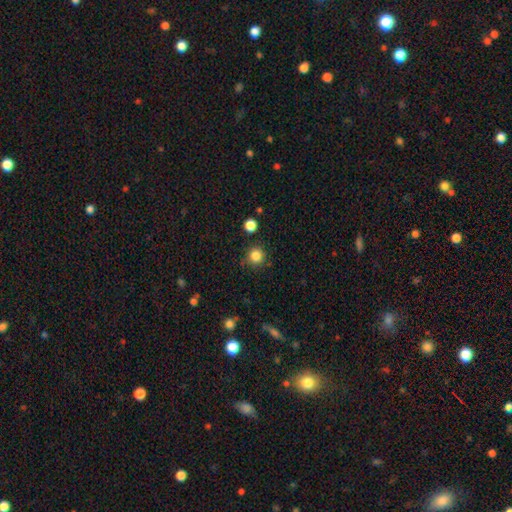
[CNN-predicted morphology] smooth-or-featured: smooth: 84% | star or artifact: 12% | featured or disk: 4%
  how-rounded: round: 94% | in between: 6% | cigar-shaped: 1%
  merging: none: 84% | minor disturbance: 10% | merger: 3% | major disturbance: 3%